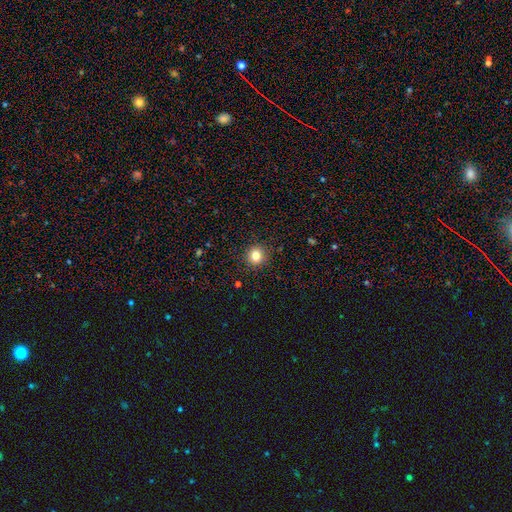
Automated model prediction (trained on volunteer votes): This appears to be a smooth galaxy with no disk features (82%) that is round (89%). Merging: none (91%).